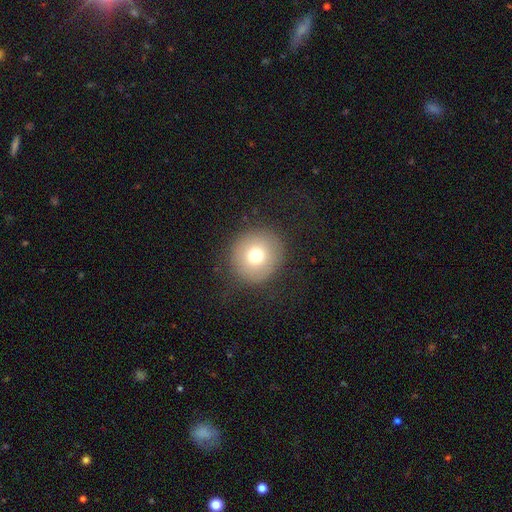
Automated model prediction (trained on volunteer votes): A smooth galaxy with no disk features (73%) that is round (93%).

Vote fractions:
- Smooth or featured? smooth: 73% / featured or disk: 15% / star or artifact: 13%
- How rounded? round: 93% / in between: 6% / cigar-shaped: 1%
- Merging? none: 86% / minor disturbance: 8% / major disturbance: 4% / merger: 1%